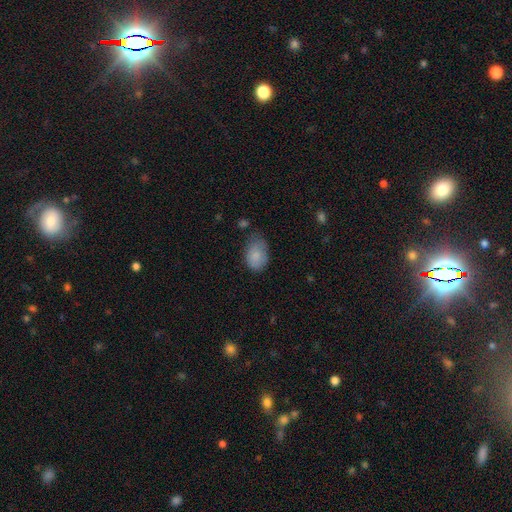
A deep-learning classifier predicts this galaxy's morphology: This is clearly a smooth galaxy (83%). How rounded: clearly in between (84%). Merging: possibly none (51%).